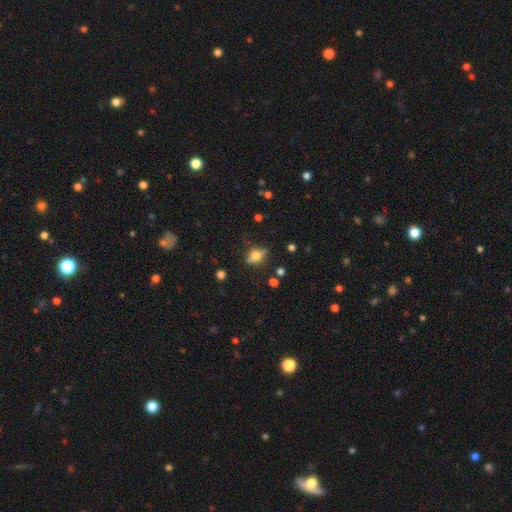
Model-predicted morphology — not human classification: smooth-or-featured: featured or disk: 47% | smooth: 41% | star or artifact: 12%
  merging: none: 74% | minor disturbance: 17% | major disturbance: 6% | merger: 3%